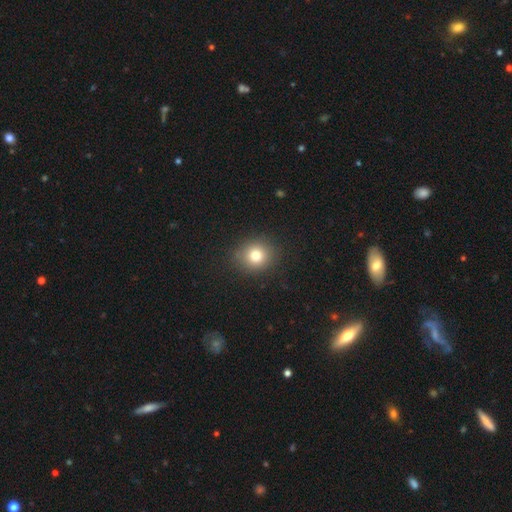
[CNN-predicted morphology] smooth 77%, star or artifact 13%, featured or disk 9%. Down the decision tree: how rounded — round (82%); merging — none (89%).